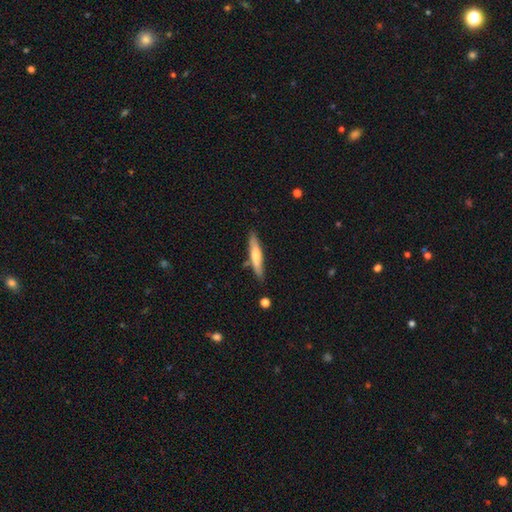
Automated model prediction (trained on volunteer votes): Q: Smooth or featured?
A: smooth (56%); runner-up: featured or disk (38%)
Q: How rounded?
A: cigar-shaped (87%); runner-up: in between (11%)
Q: Merging?
A: none (80%); runner-up: minor disturbance (13%)